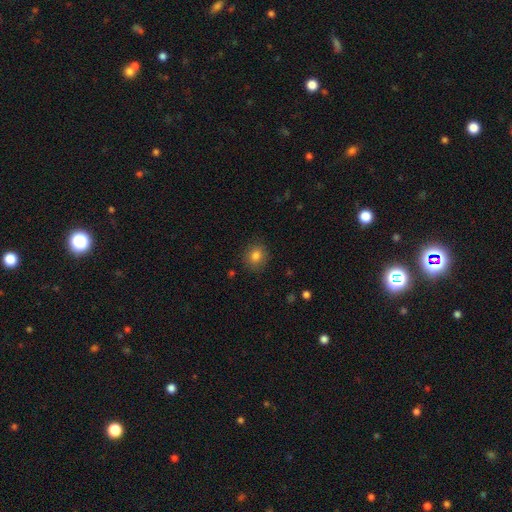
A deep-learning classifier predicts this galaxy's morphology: smooth_or_featured: smooth (p=0.82) [alt: star or artifact p=0.11]
how_rounded: round (p=0.76) [alt: in between p=0.23]
merging: none (p=0.88) [alt: minor disturbance p=0.09]